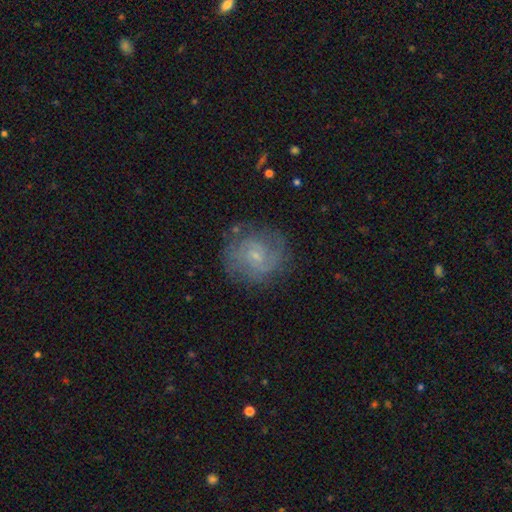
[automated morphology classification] A featured or disk galaxy (66%) with no bar (60%), 2 (48%) tight (48%) spiral arms (87%) and a small central bulge (73%).

Vote fractions:
- Smooth or featured? featured or disk: 66% / smooth: 24% / star or artifact: 10%
- Edge-on disk? no: 98% / yes: 2%
- Bar? no: 60% / weak: 35% / strong: 5%
- Spiral arms? yes: 87% / no: 13%
- Spiral winding? tight: 48% / medium: 39% / loose: 13%
- Spiral arm count? 2: 48% / can't tell: 32% / 3: 8% / 1: 4% / 4: 4% / more than 4: 3%
- Bulge size? small: 73% / moderate: 18% / none: 7% / large: 1% / dominant: 1%
- Merging? none: 77% / minor disturbance: 15% / major disturbance: 6% / merger: 1%